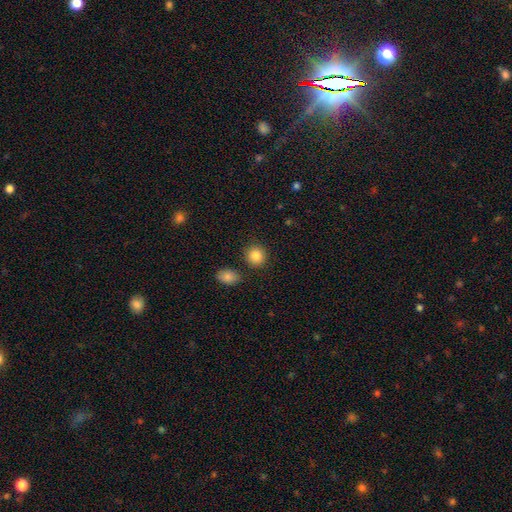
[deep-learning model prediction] Morphology: type=smooth (87%); roundness=round (87%); merging=none (86%).